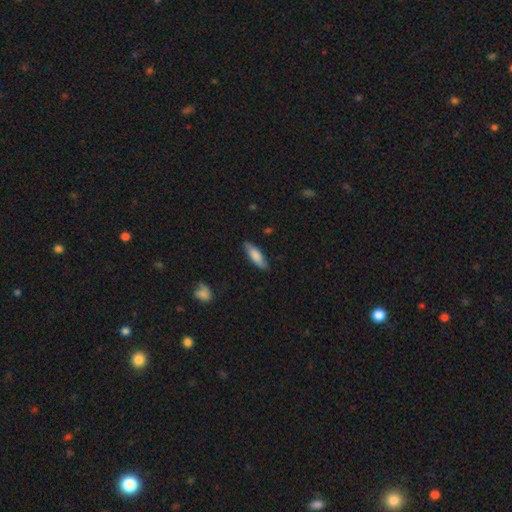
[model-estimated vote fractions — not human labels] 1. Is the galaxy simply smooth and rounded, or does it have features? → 79% smooth, 16% featured or disk, 6% star or artifact.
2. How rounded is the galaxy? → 53% in between, 45% cigar-shaped, 2% round.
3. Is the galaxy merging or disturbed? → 83% none, 14% minor disturbance, 2% major disturbance, 1% merger.